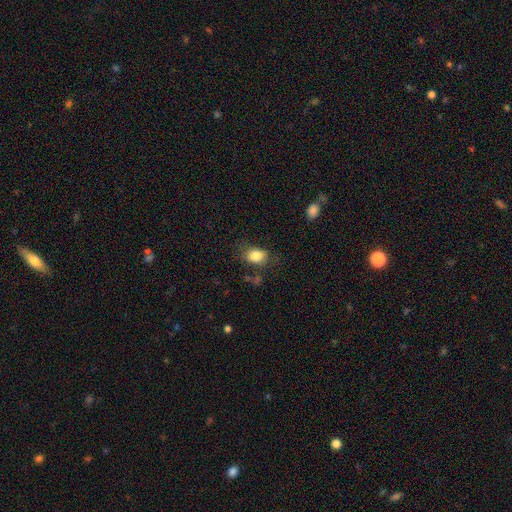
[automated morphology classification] A smooth galaxy with no disk features (83%) that is in between round and cigar-shaped (73%). Merging: none (69%).